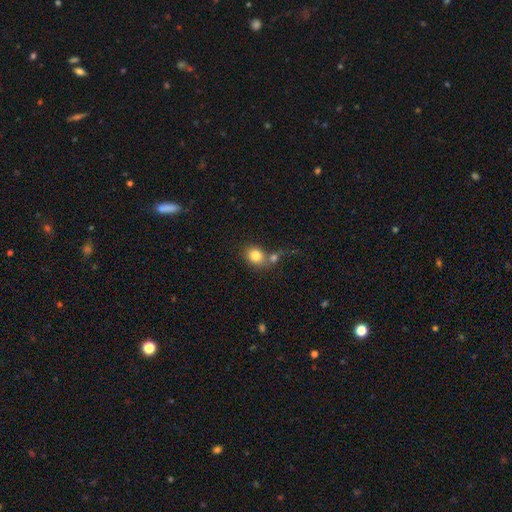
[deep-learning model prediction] smooth-or-featured: smooth: 81% | star or artifact: 9% | featured or disk: 9%
  how-rounded: round: 59% | in between: 40% | cigar-shaped: 1%
  merging: none: 42% (tied) | merger: 42% (tied) | minor disturbance: 10% | major disturbance: 6%